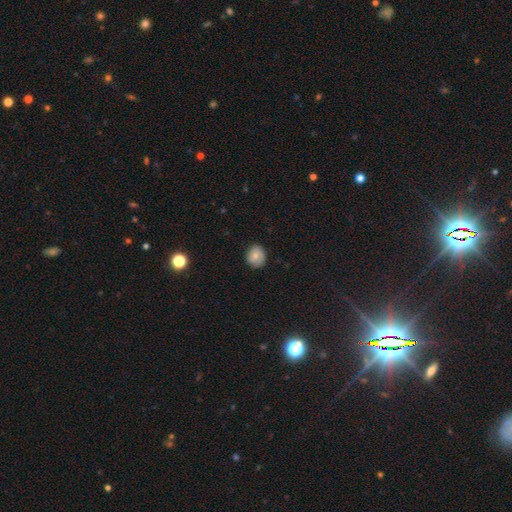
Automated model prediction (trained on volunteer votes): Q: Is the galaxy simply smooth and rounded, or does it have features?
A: smooth — 67%.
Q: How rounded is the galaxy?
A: round — 64%.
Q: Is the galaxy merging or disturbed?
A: none — 75%.